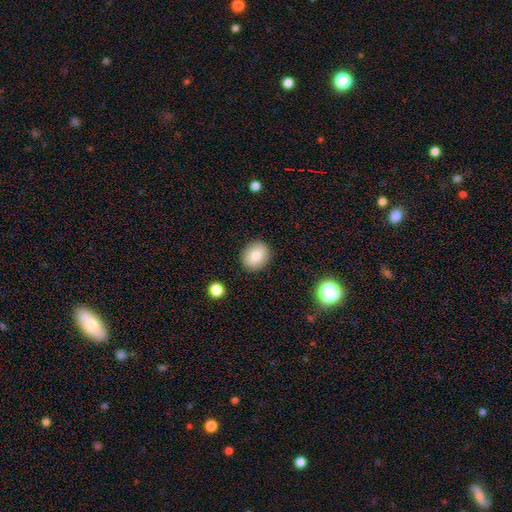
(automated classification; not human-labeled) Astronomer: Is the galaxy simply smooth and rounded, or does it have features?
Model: smooth — 81%.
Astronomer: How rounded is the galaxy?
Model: round — 56% (runner-up: in between, 43%).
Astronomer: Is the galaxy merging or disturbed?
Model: none — 88%.